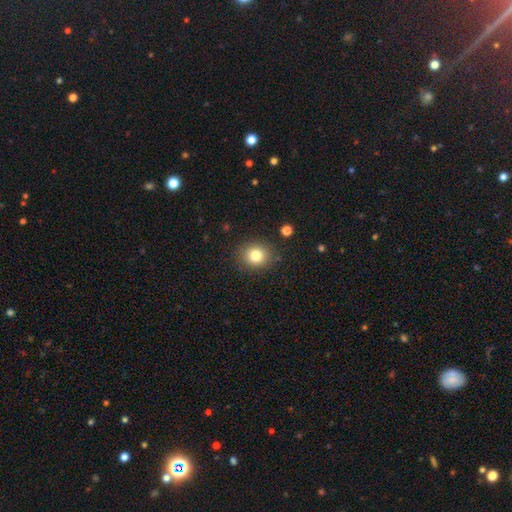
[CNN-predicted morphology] Smooth or featured?
  - smooth: 82% *
  - star or artifact: 11%
  - featured or disk: 7%
How rounded?
  - round: 77% *
  - in between: 22%
  - cigar-shaped: 1%
Merging?
  - none: 87% *
  - minor disturbance: 8%
  - major disturbance: 3%
  - merger: 2%